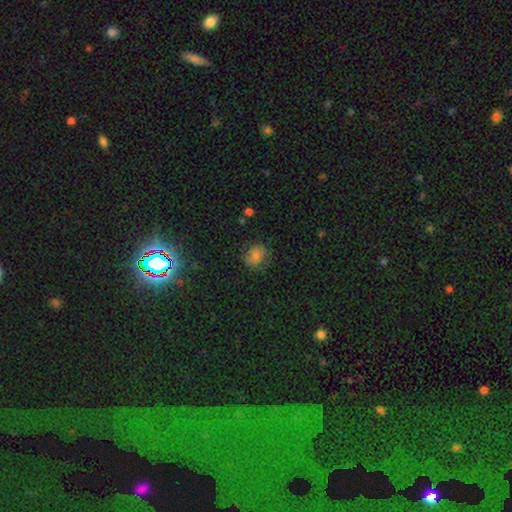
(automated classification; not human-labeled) A smooth galaxy with no disk features (69%) that is round (60%).

Vote fractions:
- Smooth or featured? smooth: 69% / featured or disk: 16% / star or artifact: 15%
- How rounded? round: 60% / in between: 39% / cigar-shaped: 1%
- Merging? none: 73% / minor disturbance: 19% / major disturbance: 7% / merger: 1%